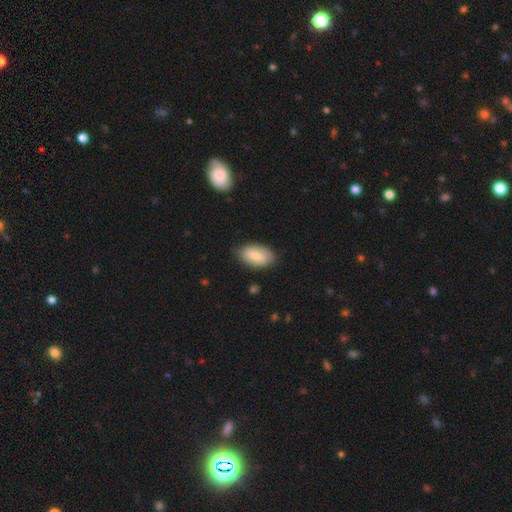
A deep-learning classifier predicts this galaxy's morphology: type=smooth (73%); roundness=in between (93%); merging=none (80%).